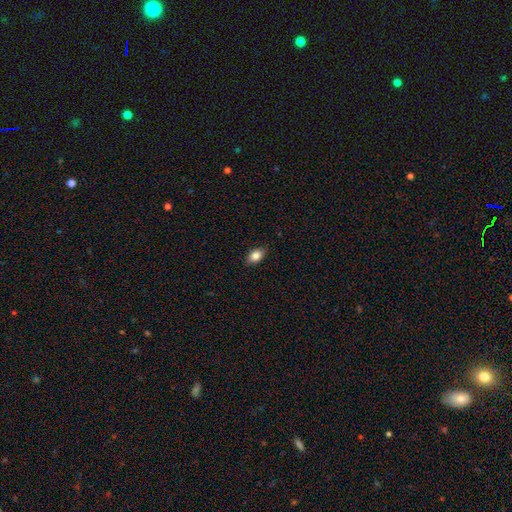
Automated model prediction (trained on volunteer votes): A smooth galaxy with no disk features (83%) that is in between round and cigar-shaped (85%).

Vote fractions:
- Smooth or featured? smooth: 83% / featured or disk: 9% / star or artifact: 8%
- How rounded? in between: 85% / round: 13% / cigar-shaped: 3%
- Merging? none: 86% / minor disturbance: 11% / major disturbance: 2% / merger: 1%